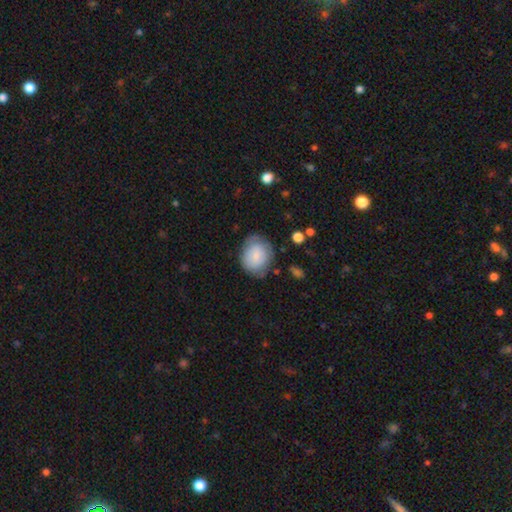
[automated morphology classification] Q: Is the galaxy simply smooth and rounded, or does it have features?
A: smooth — 76%.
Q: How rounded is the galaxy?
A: round — 64%.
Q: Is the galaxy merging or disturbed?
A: none — 66%.